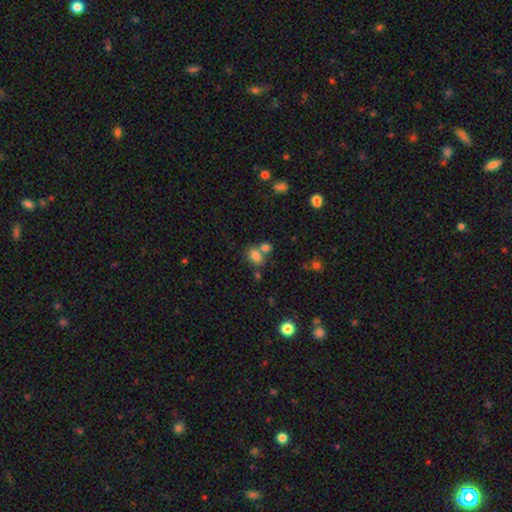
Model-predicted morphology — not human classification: Smooth or featured? Predicted: smooth (p=0.78). How rounded? Predicted: in between (p=0.78). Merging? Predicted: none (p=0.45).